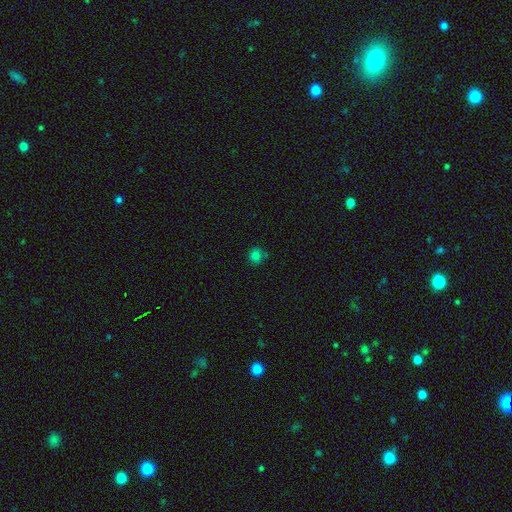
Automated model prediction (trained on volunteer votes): Overall: smooth (80%). How rounded: round (88%). Merging: none (80%).